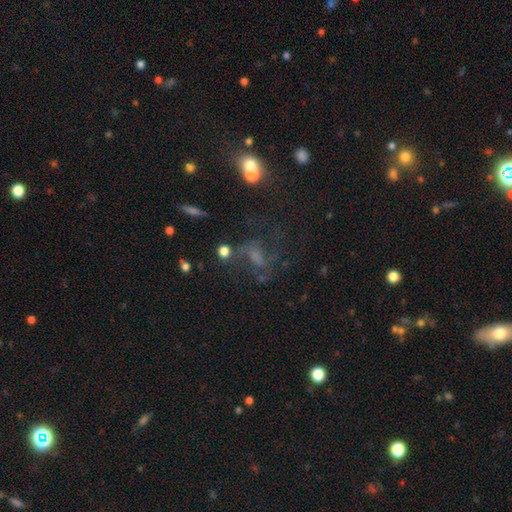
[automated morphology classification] smooth_or_featured: featured or disk (p=0.51) [alt: star or artifact p=0.25]
disk_edge_on: no (p=0.94) [alt: yes p=0.06]
merging: none (p=0.51) [alt: major disturbance p=0.24]